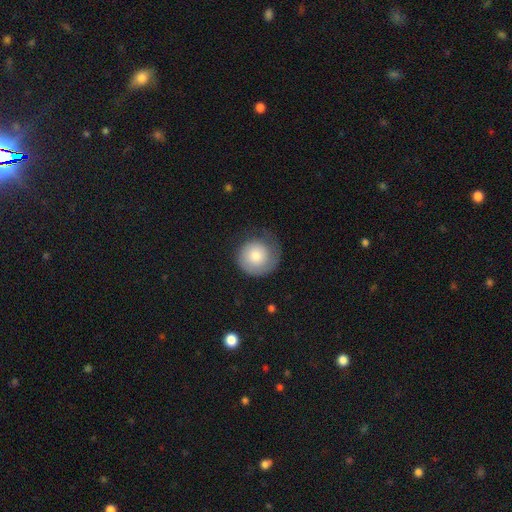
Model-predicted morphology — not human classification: The model was most divided on "merging": none: 59%, minor disturbance: 22%, major disturbance: 17%, merger: 2%. More confident: how rounded — round (92%); smooth or featured — smooth (67%).